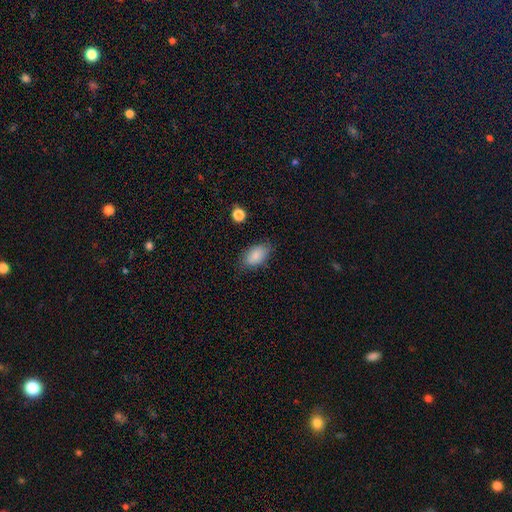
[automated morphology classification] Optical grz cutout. It shows a smooth galaxy with no disk features (85%) that is in between round and cigar-shaped (92%). Merging: none (77%).